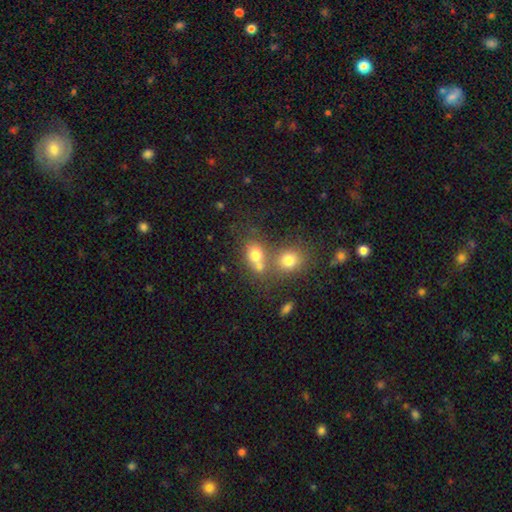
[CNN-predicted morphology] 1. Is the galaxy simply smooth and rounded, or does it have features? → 71% smooth, 15% star or artifact, 14% featured or disk.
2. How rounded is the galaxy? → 51% in between, 47% round, 2% cigar-shaped.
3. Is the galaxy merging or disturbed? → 45% merger, 39% none, 11% minor disturbance, 6% major disturbance.